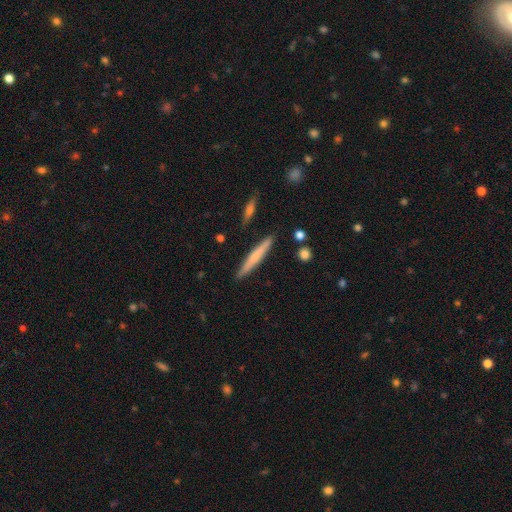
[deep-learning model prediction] Morphology: type=smooth (58%); roundness=cigar-shaped (95%); merging=none (89%).